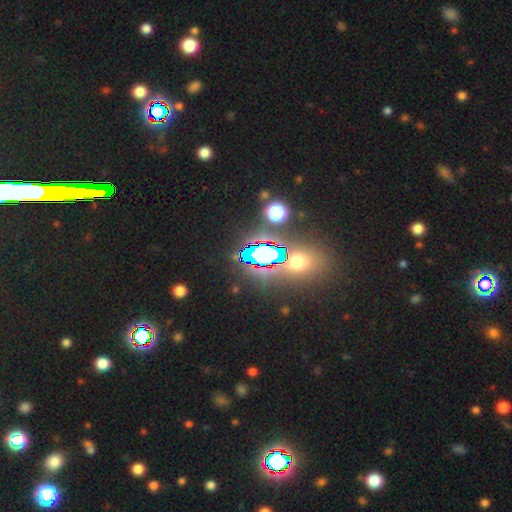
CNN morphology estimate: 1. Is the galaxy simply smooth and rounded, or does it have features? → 62% star or artifact, 28% smooth, 10% featured or disk.